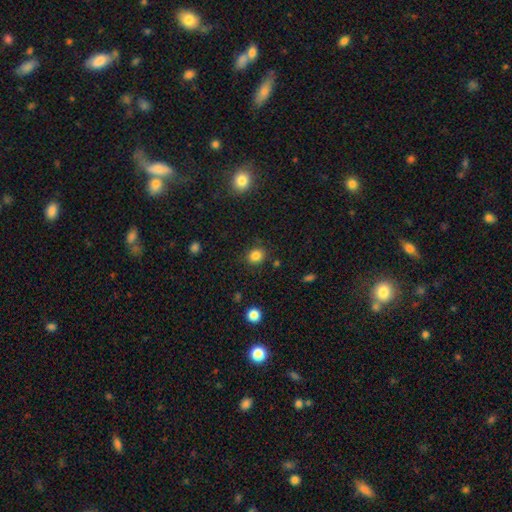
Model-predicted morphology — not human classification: Q: Smooth or featured?
A: smooth (84%); runner-up: star or artifact (11%)
Q: How rounded?
A: round (74%); runner-up: in between (25%)
Q: Merging?
A: none (84%); runner-up: minor disturbance (10%)